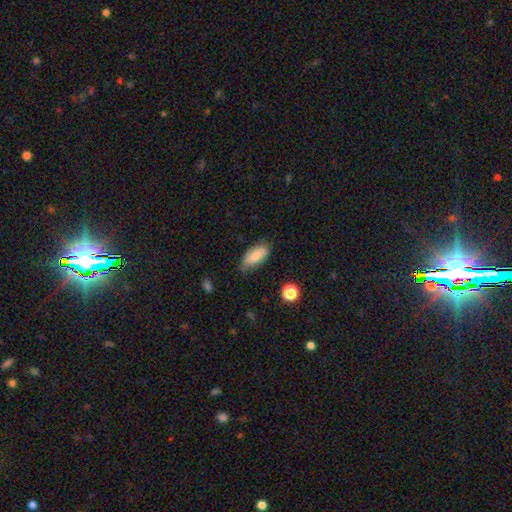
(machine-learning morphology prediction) Smooth or featured: smooth — 77% (featured or disk — 16%)
How rounded: in between — 90% (cigar-shaped — 8%)
Merging: none — 72% (minor disturbance — 22%)